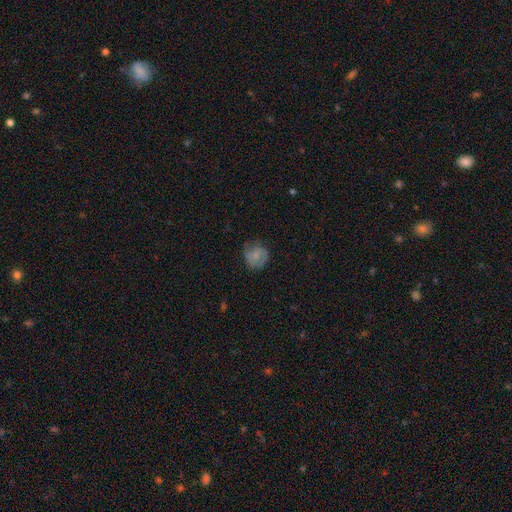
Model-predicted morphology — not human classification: Smooth or featured?
  - smooth: 52% *
  - featured or disk: 41%
  - star or artifact: 8%
How rounded?
  - round: 79% *
  - in between: 20%
  - cigar-shaped: 1%
Merging?
  - none: 64% *
  - minor disturbance: 25%
  - major disturbance: 10%
  - merger: 1%